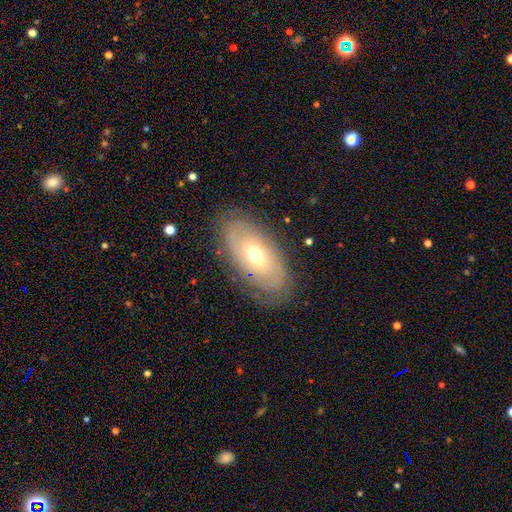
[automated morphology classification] This appears to be a featured or disk galaxy (58%) with no bar (66%), spiral arms (58%) and a moderate central bulge (68%). Merging: none (78%).